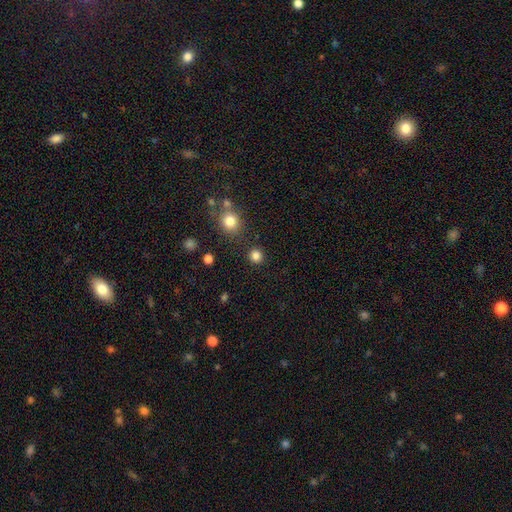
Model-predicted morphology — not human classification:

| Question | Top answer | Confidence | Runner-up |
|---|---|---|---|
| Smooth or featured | smooth | 83% | star or artifact (13%) |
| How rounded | round | 92% | in between (7%) |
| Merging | none | 88% | minor disturbance (6%) |